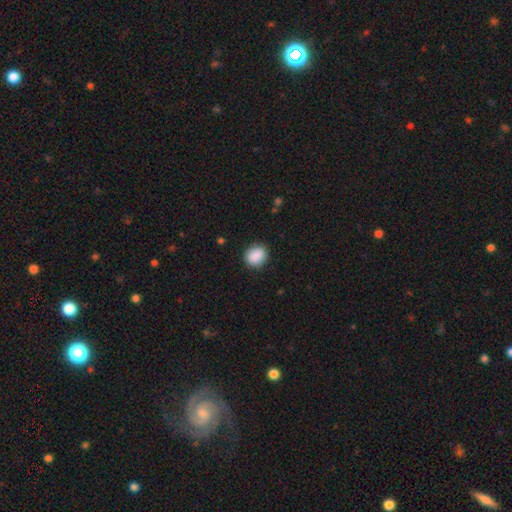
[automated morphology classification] Smooth or featured? Predicted: smooth (p=0.89). How rounded? Predicted: round (p=0.59). Merging? Predicted: none (p=0.86).